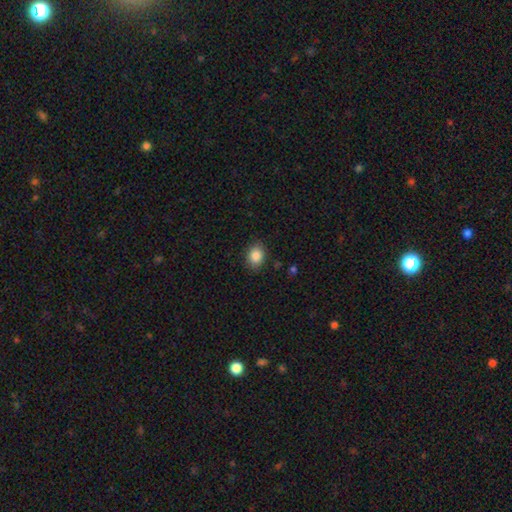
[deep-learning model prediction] The model was most divided on "how rounded": in between: 58%, round: 41%, cigar-shaped: 1%. More confident: smooth or featured — smooth (87%); merging — none (86%).